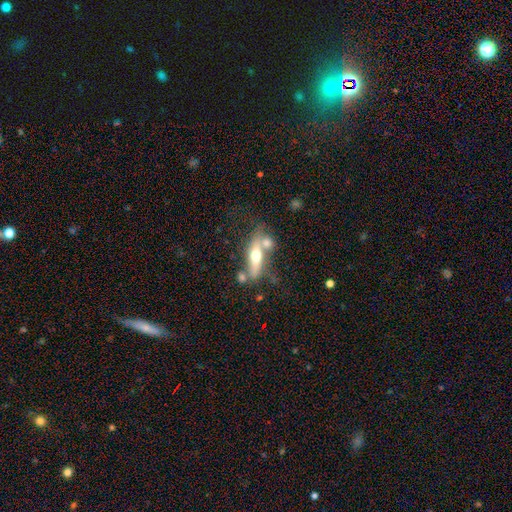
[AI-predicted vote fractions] Morphology: type=featured or disk (49%); merging=none (48%).